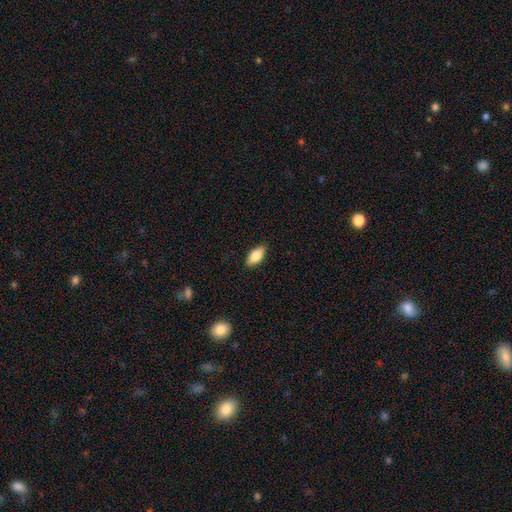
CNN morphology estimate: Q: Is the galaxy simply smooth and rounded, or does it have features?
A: smooth — 79%.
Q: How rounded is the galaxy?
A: in between — 87%.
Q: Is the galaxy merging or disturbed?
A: none — 87%.